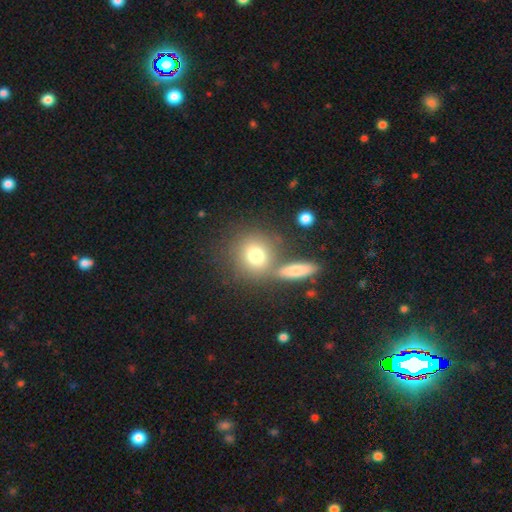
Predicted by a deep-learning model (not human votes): Smooth or featured?
  - smooth: 76% *
  - featured or disk: 14%
  - star or artifact: 11%
How rounded?
  - round: 82% *
  - in between: 16%
  - cigar-shaped: 2%
Merging?
  - none: 61% *
  - merger: 25%
  - minor disturbance: 10%
  - major disturbance: 5%